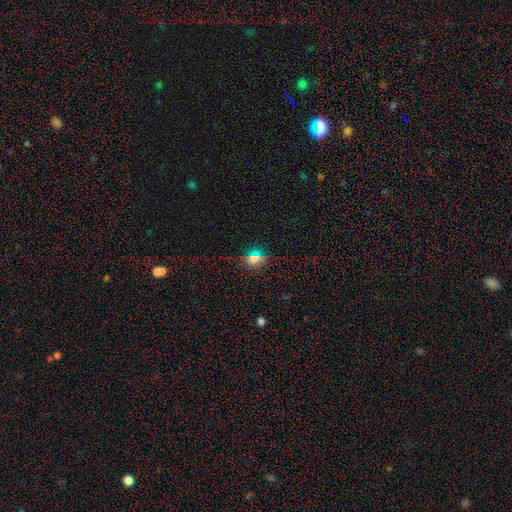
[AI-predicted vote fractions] This appears to be a smooth galaxy with no disk features (59%) that is round (71%). Merging: none (85%).